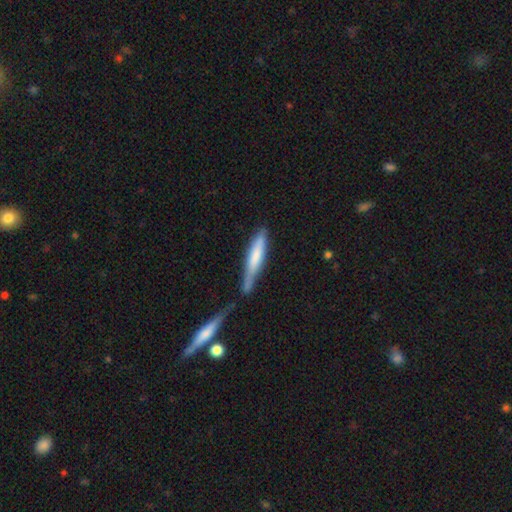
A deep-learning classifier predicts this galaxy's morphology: This appears to be a smooth galaxy with no disk features (64%) that is cigar-shaped (85%). Merging: none (41%).